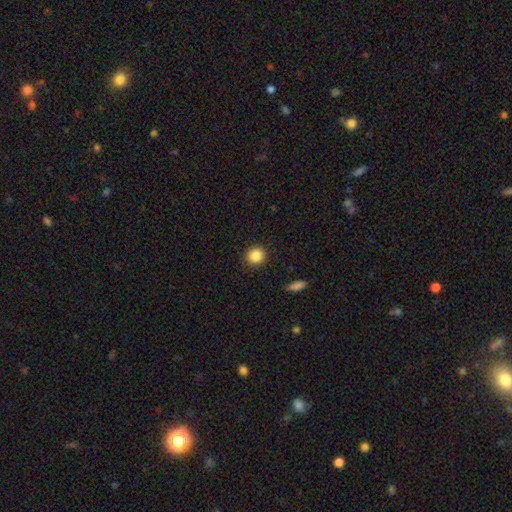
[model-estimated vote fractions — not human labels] A smooth galaxy with no disk features (85%) that is round (88%). Merging: none (91%).